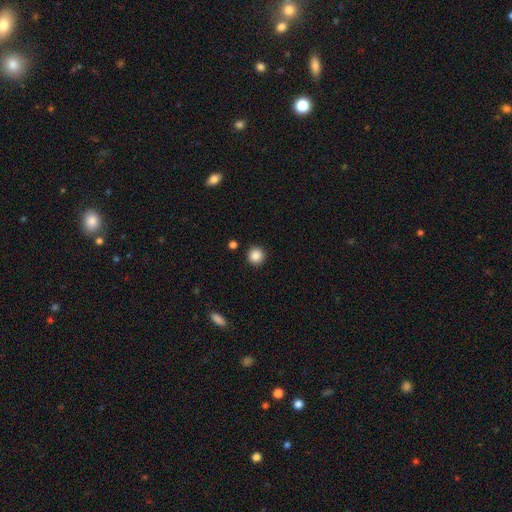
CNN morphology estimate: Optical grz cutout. It shows a smooth galaxy with no disk features (86%) that is round (95%). Merging: none (91%).